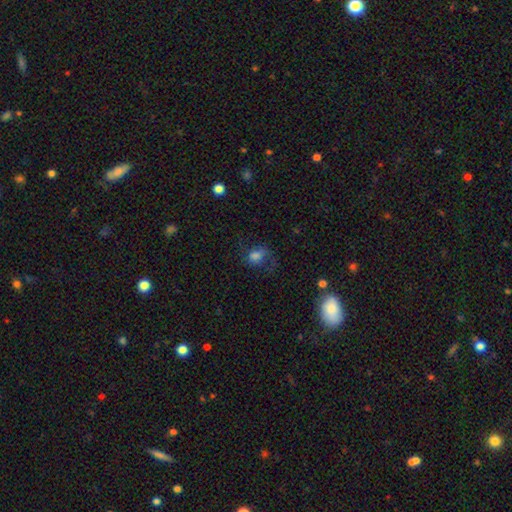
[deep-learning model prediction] The model was most divided on "merging": none: 42%, major disturbance: 32%, minor disturbance: 23%, merger: 3%. More confident: smooth or featured — smooth (67%); how rounded — in between (57%).